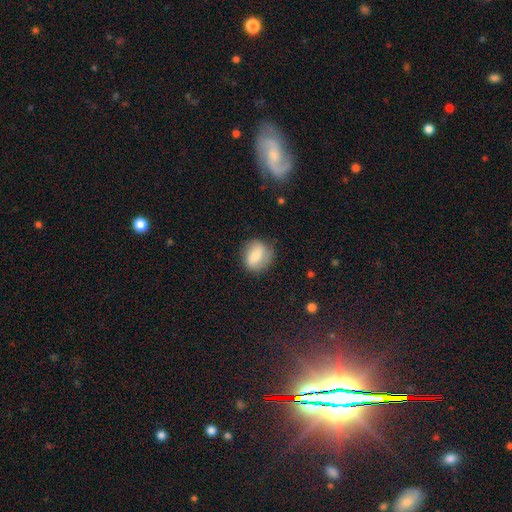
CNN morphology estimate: Smooth or featured: smooth — 62% (featured or disk — 31%)
How rounded: round — 69% (in between — 30%)
Merging: none — 74% (minor disturbance — 19%)